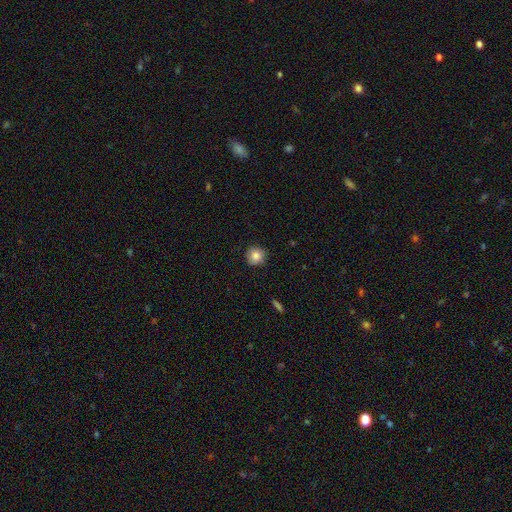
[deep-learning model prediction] smooth-or-featured: smooth: 84% | star or artifact: 9% | featured or disk: 7%
  how-rounded: round: 94% | in between: 5% | cigar-shaped: 1%
  merging: none: 90% | minor disturbance: 8% | major disturbance: 2% | merger: 1%